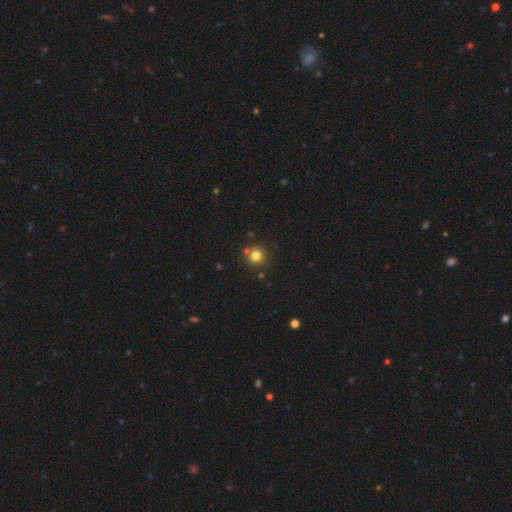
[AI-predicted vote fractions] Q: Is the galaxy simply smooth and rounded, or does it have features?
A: smooth — 78%.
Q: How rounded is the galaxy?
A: round — 93%.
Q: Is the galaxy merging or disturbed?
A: none — 77%.